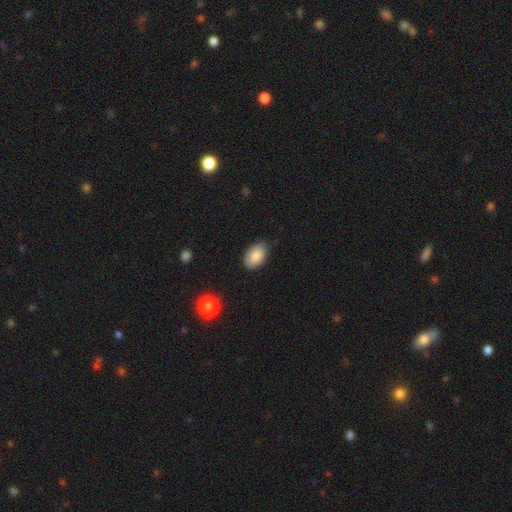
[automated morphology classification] A smooth galaxy with no disk features (86%) that is in between round and cigar-shaped (91%).

Vote fractions:
- Smooth or featured? smooth: 86% / star or artifact: 7% / featured or disk: 7%
- How rounded? in between: 91% / round: 8% / cigar-shaped: 1%
- Merging? none: 83% / minor disturbance: 14% / major disturbance: 2% / merger: 1%